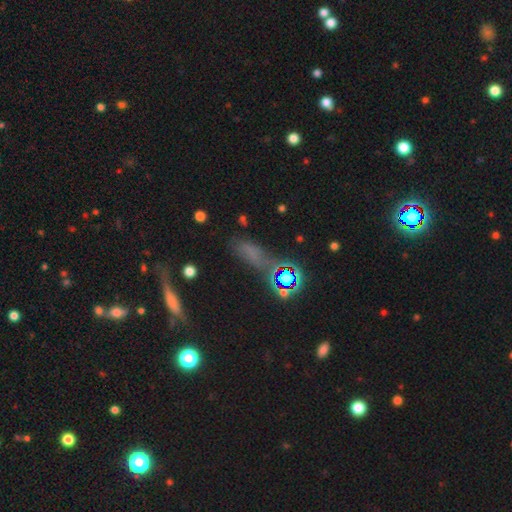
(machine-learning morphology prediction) Smooth or featured?
  - star or artifact: 50% *
  - smooth: 34%
  - featured or disk: 16%